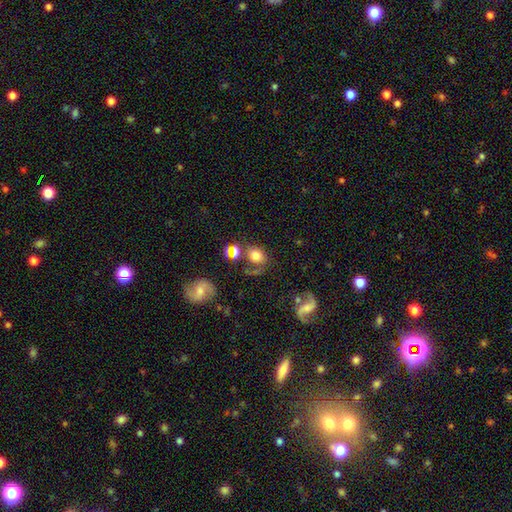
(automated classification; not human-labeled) Smooth or featured?
  - smooth: 68% *
  - featured or disk: 18%
  - star or artifact: 13%
How rounded?
  - round: 60% *
  - in between: 39%
  - cigar-shaped: 1%
Merging?
  - none: 53% *
  - merger: 17%
  - minor disturbance: 17%
  - major disturbance: 13%